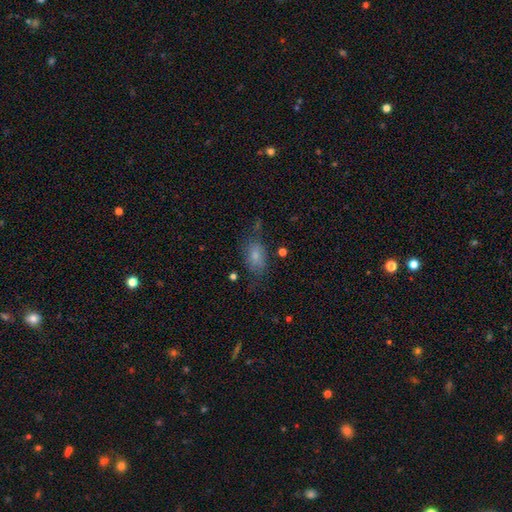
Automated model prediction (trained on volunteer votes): A smooth galaxy with no disk features (71%) that is in between round and cigar-shaped (86%).

Vote fractions:
- Smooth or featured? smooth: 71% / featured or disk: 19% / star or artifact: 10%
- How rounded? in between: 86% / round: 10% / cigar-shaped: 4%
- Merging? none: 56% / minor disturbance: 26% / major disturbance: 13% / merger: 4%